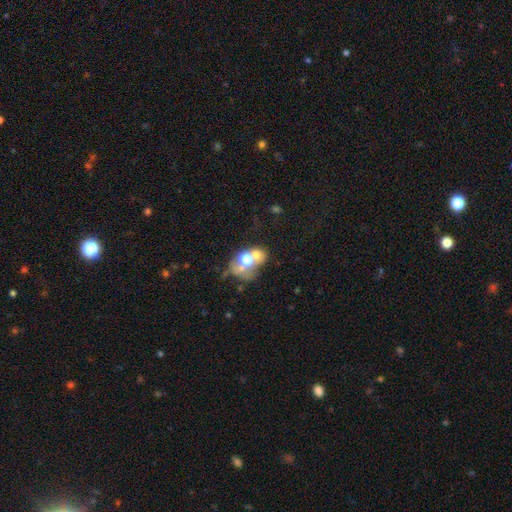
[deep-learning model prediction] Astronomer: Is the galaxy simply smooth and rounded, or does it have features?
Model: smooth — 53% (runner-up: featured or disk, 29%).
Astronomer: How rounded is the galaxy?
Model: round — 52% (runner-up: in between, 47%).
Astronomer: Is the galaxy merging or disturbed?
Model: merger — 57%.